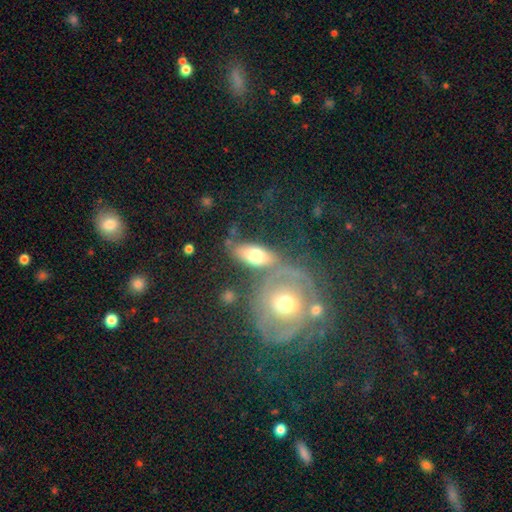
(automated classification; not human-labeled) Smooth or featured: smooth — 64% (featured or disk — 28%)
How rounded: in between — 81% (round — 10%)
Merging: none — 48% (merger — 31%)